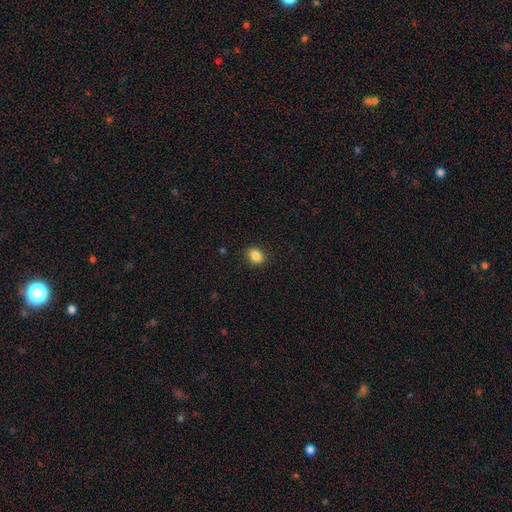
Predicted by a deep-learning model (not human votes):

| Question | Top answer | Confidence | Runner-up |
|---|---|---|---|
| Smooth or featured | smooth | 87% | star or artifact (10%) |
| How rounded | in between | 66% | round (33%) |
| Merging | none | 88% | minor disturbance (9%) |